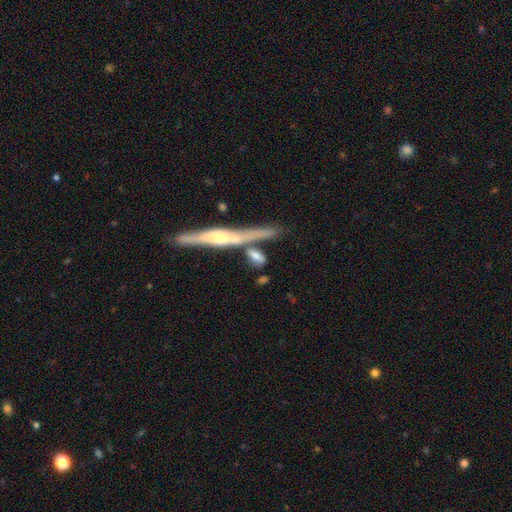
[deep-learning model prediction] This appears to be a smooth galaxy with no disk features (62%) that is in between round and cigar-shaped (46%, tied with cigar-shaped). Merging: none (49%).